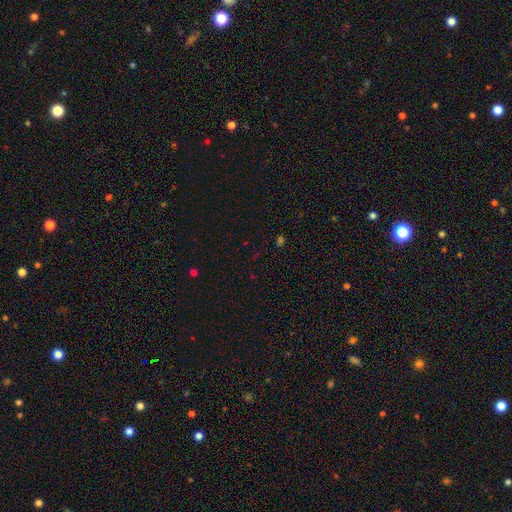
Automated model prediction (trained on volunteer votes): This is likely a star or artifact rather than a galaxy (64%).